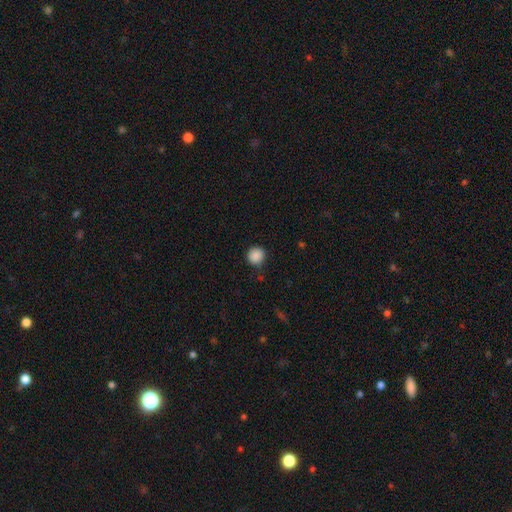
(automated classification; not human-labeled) Smooth or featured?
  - smooth: 88% *
  - star or artifact: 9%
  - featured or disk: 3%
How rounded?
  - round: 91% *
  - in between: 8%
  - cigar-shaped: 1%
Merging?
  - none: 86% *
  - minor disturbance: 10%
  - major disturbance: 3%
  - merger: 1%